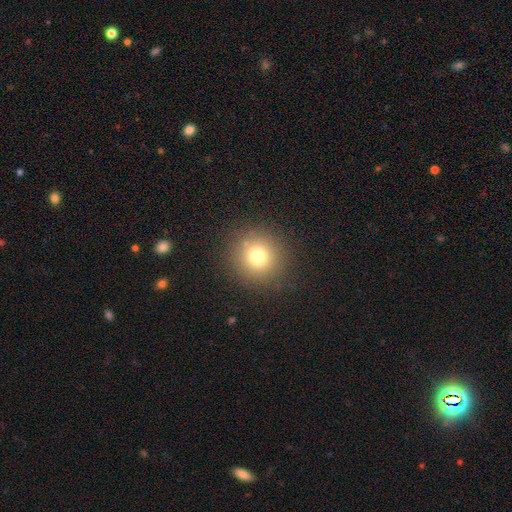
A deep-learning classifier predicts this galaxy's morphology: This is likely a smooth galaxy (73%). How rounded: clearly round (93%). Merging: clearly none (92%).